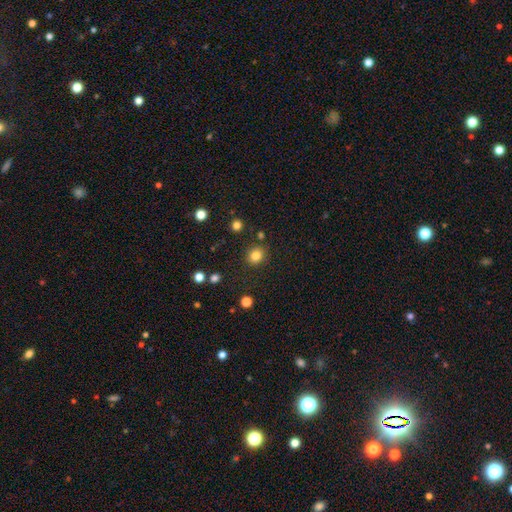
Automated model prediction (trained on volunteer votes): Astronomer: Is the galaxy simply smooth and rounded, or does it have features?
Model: smooth — 83%.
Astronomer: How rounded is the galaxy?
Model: round — 77%.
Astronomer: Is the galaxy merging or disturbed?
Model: none — 86%.